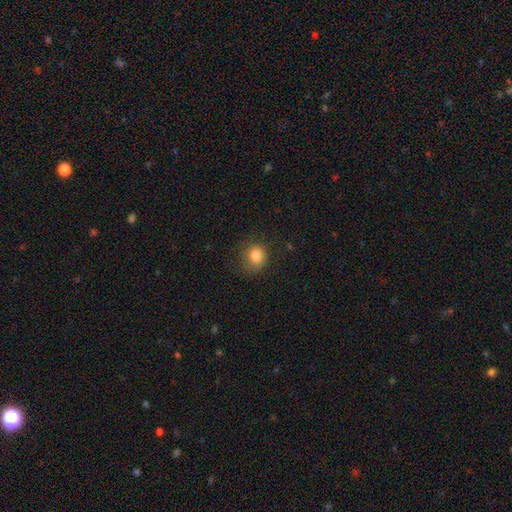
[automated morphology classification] type=smooth (83%); roundness=round (69%); merging=none (70%).